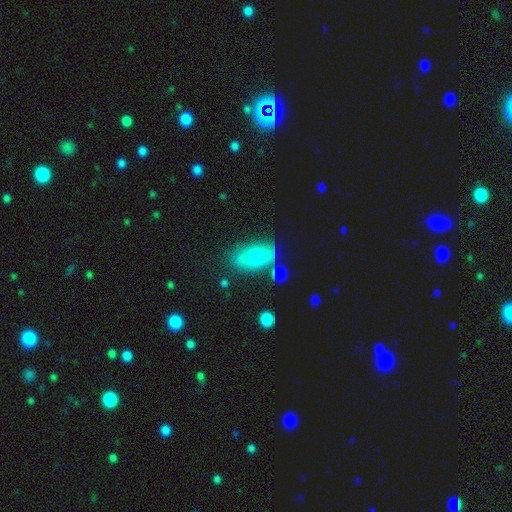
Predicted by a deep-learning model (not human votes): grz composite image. It shows a smooth galaxy with no disk features (65%) that is in between round and cigar-shaped (85%). Merging: none (59%).